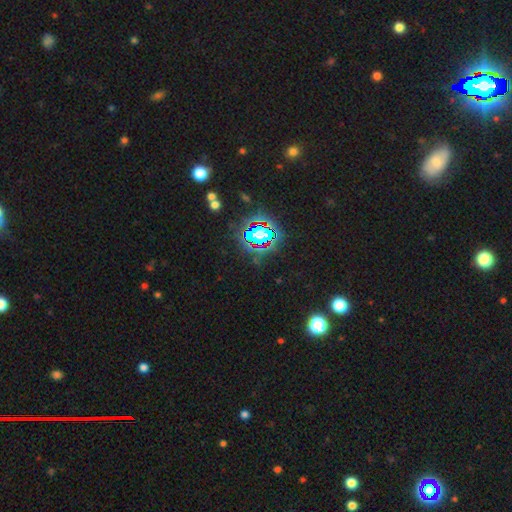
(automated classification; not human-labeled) This is clearly a star or artifact rather than a galaxy (81%).